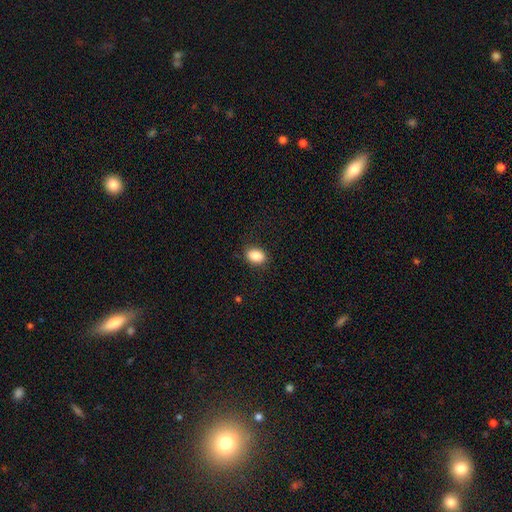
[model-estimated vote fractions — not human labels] Smooth or featured: smooth — 88% (star or artifact — 8%)
How rounded: in between — 79% (round — 20%)
Merging: none — 85% (minor disturbance — 11%)